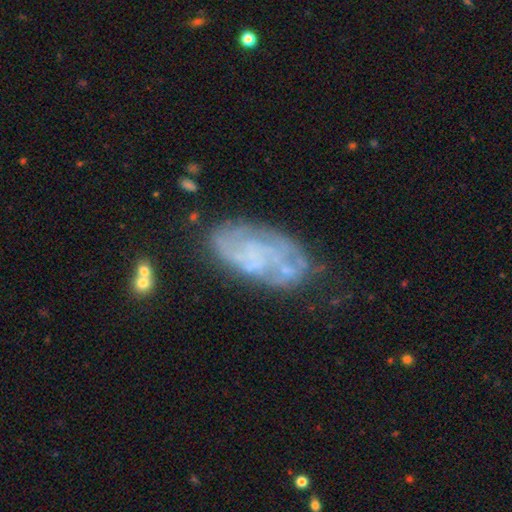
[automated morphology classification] Q: Smooth or featured?
A: featured or disk (68%); runner-up: smooth (24%)
Q: Edge-on disk?
A: no (96%); runner-up: yes (4%)
Q: Bar?
A: no (78%); runner-up: weak (18%)
Q: Spiral arms?
A: yes (59%); runner-up: no (41%)
Q: Bulge size?
A: none (65%); runner-up: small (22%)
Q: Merging?
A: none (60%); runner-up: minor disturbance (23%)